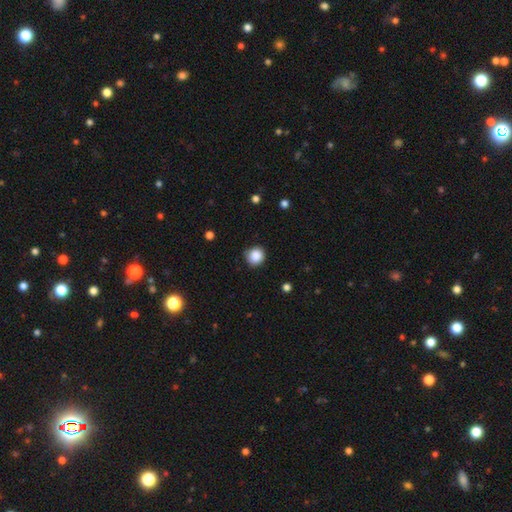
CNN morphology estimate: Smooth or featured?
  - smooth: 88% *
  - star or artifact: 9%
  - featured or disk: 3%
How rounded?
  - round: 92% *
  - in between: 7%
  - cigar-shaped: 1%
Merging?
  - none: 84% *
  - minor disturbance: 12%
  - major disturbance: 3%
  - merger: 1%